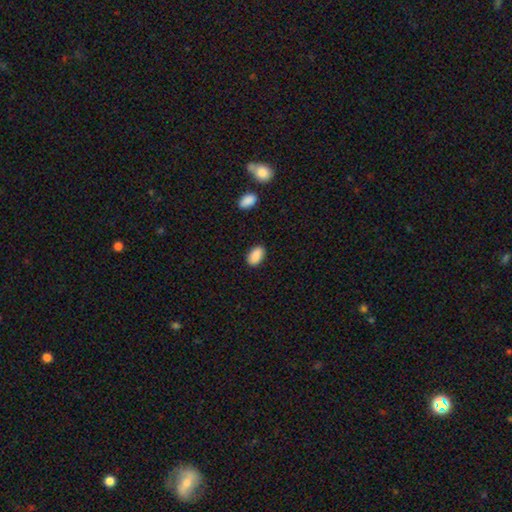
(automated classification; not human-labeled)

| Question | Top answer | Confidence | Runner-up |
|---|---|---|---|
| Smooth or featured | smooth | 89% | star or artifact (7%) |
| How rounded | in between | 92% | round (6%) |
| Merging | none | 86% | minor disturbance (10%) |